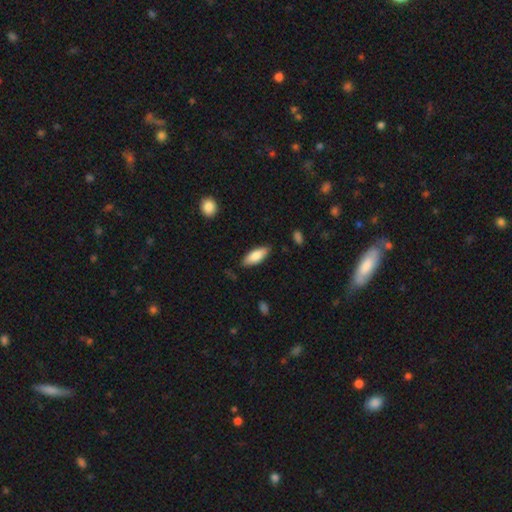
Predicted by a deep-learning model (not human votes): smooth 81%, featured or disk 14%, star or artifact 6%. Down the decision tree: how rounded — in between (71%); merging — none (83%).